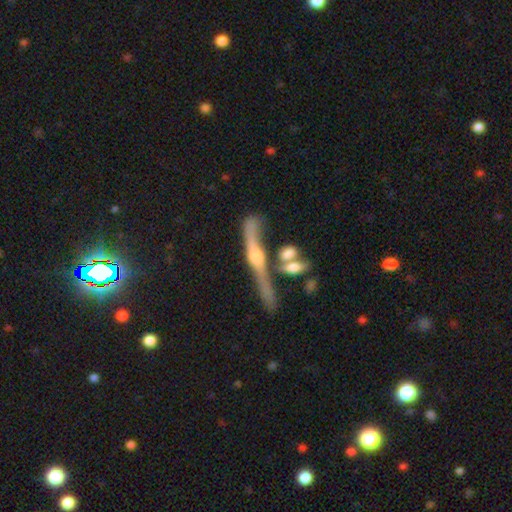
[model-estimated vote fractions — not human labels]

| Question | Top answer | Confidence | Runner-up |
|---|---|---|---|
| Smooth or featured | featured or disk | 75% | smooth (14%) |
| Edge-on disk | yes | 92% | no (8%) |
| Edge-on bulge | rounded | 85% | none (8%) |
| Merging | none | 60% | merger (17%) |